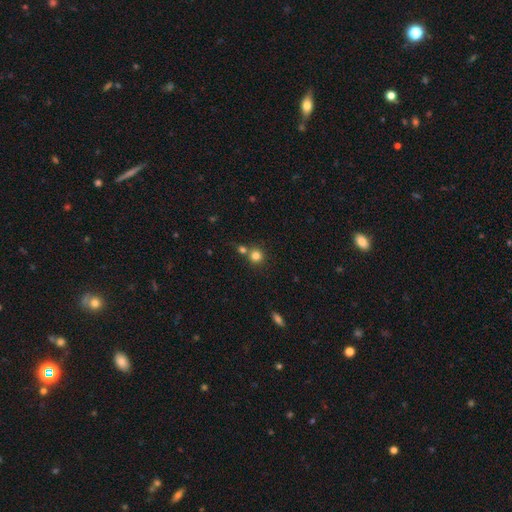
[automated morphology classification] Smooth or featured: smooth — 80% (star or artifact — 13%)
How rounded: round — 91% (in between — 8%)
Merging: none — 62% (merger — 27%)